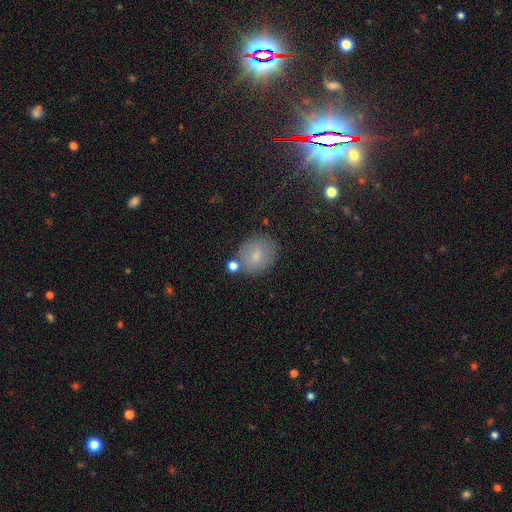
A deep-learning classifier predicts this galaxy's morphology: Smooth or featured: smooth — 74% (featured or disk — 15%)
How rounded: round — 55% (in between — 44%)
Merging: none — 75% (minor disturbance — 13%)